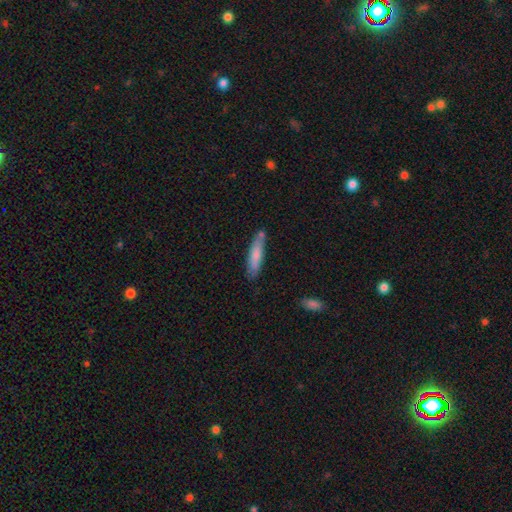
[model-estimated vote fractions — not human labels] Smooth or featured?
  - smooth: 73% *
  - featured or disk: 21%
  - star or artifact: 6%
How rounded?
  - cigar-shaped: 81% *
  - in between: 18%
  - round: 1%
Merging?
  - none: 67% *
  - minor disturbance: 19%
  - merger: 9%
  - major disturbance: 4%